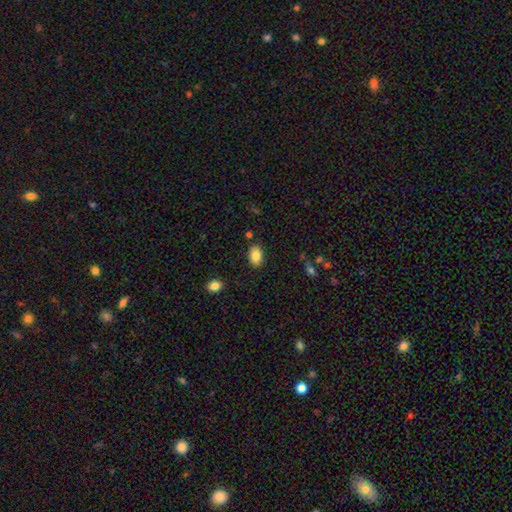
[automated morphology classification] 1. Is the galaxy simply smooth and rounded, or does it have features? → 85% smooth, 8% star or artifact, 7% featured or disk.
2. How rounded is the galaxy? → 87% in between, 11% round, 1% cigar-shaped.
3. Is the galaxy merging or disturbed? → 85% none, 10% minor disturbance, 2% merger, 2% major disturbance.